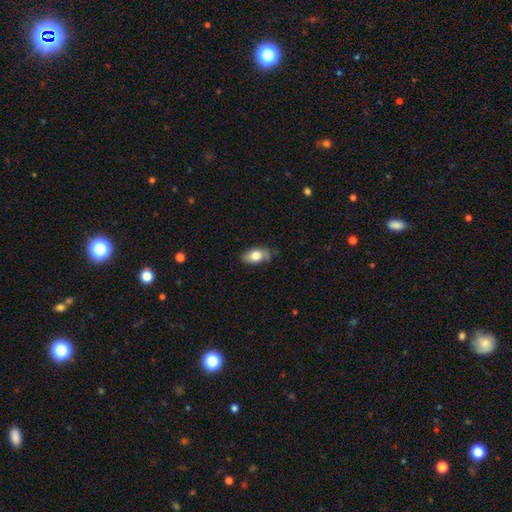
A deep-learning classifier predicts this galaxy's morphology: type=smooth (78%); roundness=in between (90%); merging=none (68%).